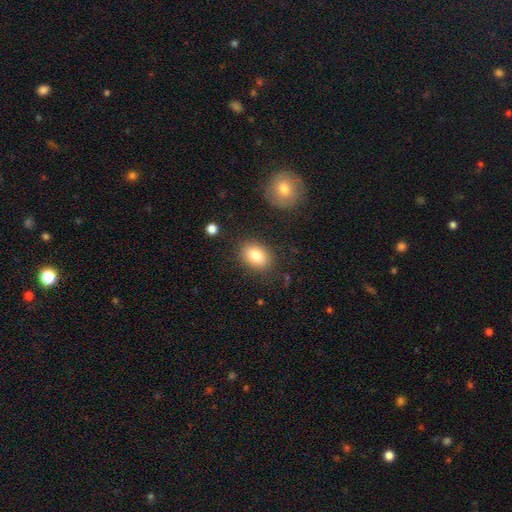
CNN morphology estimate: A smooth galaxy with no disk features (82%) that is in between round and cigar-shaped (76%). Merging: none (84%).